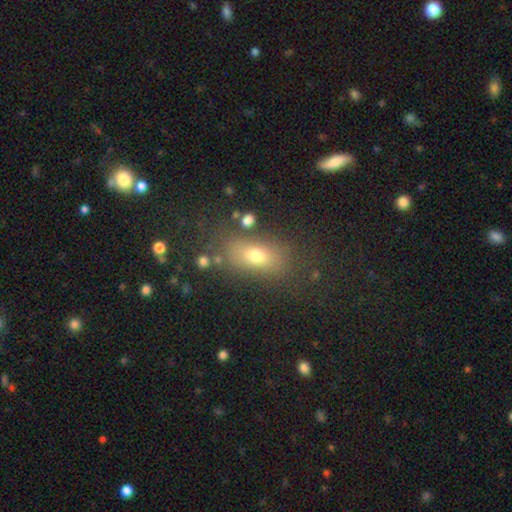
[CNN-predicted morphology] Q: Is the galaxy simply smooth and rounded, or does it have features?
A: smooth — 70%.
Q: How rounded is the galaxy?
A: in between — 77%.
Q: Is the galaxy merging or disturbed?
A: none — 76%.